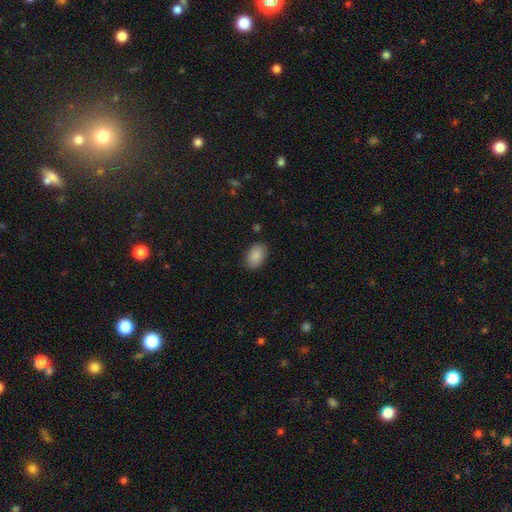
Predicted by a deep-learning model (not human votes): smooth_or_featured: smooth (p=0.88) [alt: star or artifact p=0.07]
how_rounded: in between (p=0.89) [alt: round p=0.10]
merging: none (p=0.86) [alt: minor disturbance p=0.10]